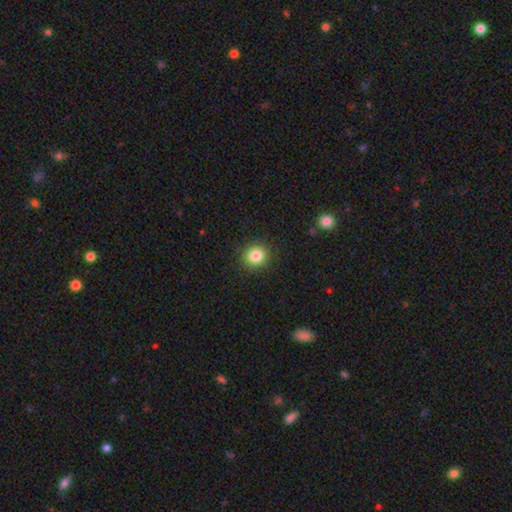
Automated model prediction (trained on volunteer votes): Smooth or featured? smooth (84%)
How rounded? round (84%)
Merging? none (90%)